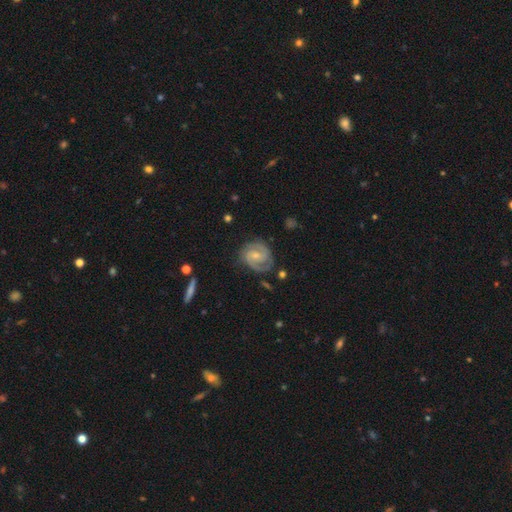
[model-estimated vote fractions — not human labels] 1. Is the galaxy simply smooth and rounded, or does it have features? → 87% featured or disk, 8% smooth, 5% star or artifact.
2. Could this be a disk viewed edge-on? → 98% no, 2% yes.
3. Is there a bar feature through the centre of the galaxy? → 45% no, 44% weak, 11% strong.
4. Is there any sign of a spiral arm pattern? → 98% yes, 2% no.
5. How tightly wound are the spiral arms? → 56% tight, 38% medium, 6% loose.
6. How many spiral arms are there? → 87% 2, 4% can't tell, 4% 3, 2% 1, 1% 4, 1% more than 4.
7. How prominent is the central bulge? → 56% small, 35% moderate, 6% none, 2% large, 1% dominant.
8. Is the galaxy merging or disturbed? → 77% none, 16% minor disturbance, 5% major disturbance, 2% merger.